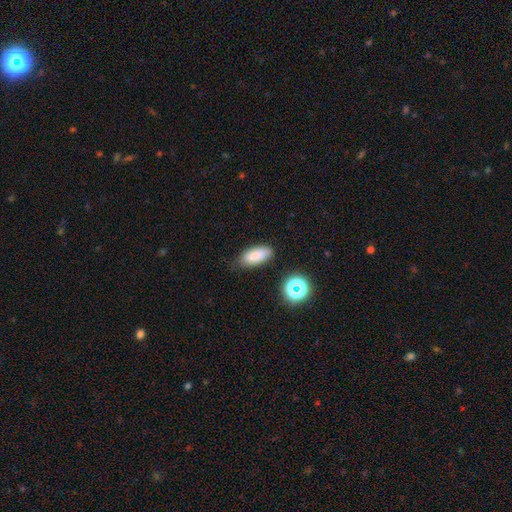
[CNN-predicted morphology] Smooth or featured? smooth (82%)
How rounded? in between (84%)
Merging? none (75%)